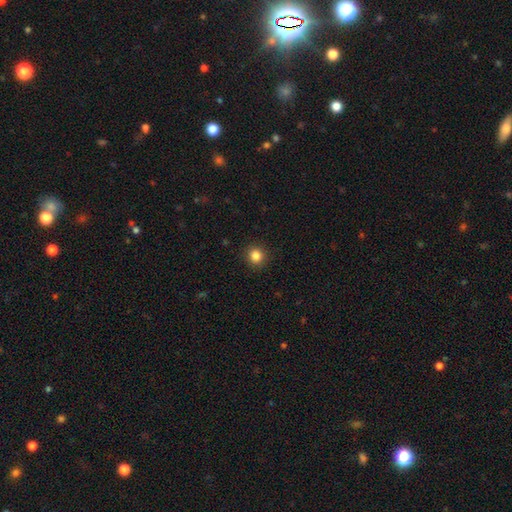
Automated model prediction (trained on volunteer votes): The model was most divided on "smooth or featured": smooth: 85%, star or artifact: 11%, featured or disk: 4%. More confident: merging — none (92%); how rounded — round (91%).